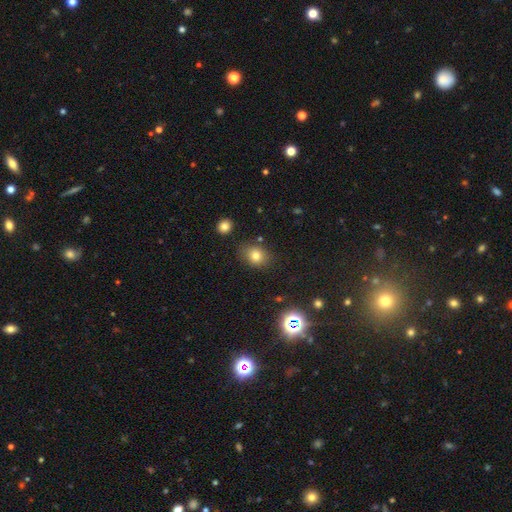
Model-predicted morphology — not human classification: Smooth or featured: smooth — 76% (star or artifact — 15%)
How rounded: round — 53% (in between — 46%)
Merging: none — 79% (minor disturbance — 14%)